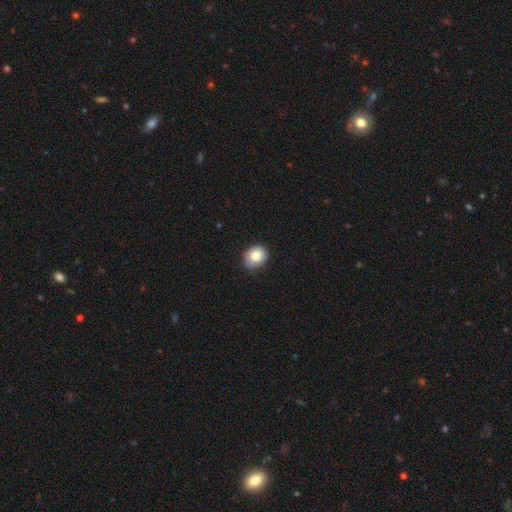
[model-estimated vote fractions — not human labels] This appears to be a smooth galaxy with no disk features (83%) that is round (62%). Merging: none (73%).